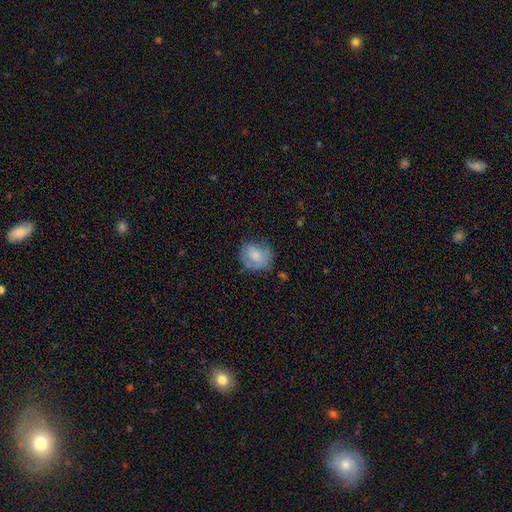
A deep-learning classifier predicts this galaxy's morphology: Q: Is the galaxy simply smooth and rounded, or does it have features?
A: smooth — 72%.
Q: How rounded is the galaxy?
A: round — 69%.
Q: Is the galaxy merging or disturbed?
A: none — 62%.